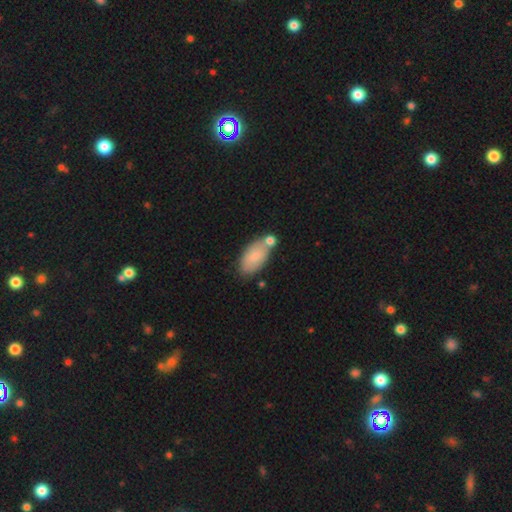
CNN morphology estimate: smooth-or-featured: smooth: 80% | featured or disk: 14% | star or artifact: 6%
  how-rounded: in between: 92% | cigar-shaped: 5% | round: 3%
  merging: none: 56% | merger: 23% | minor disturbance: 17% | major disturbance: 4%